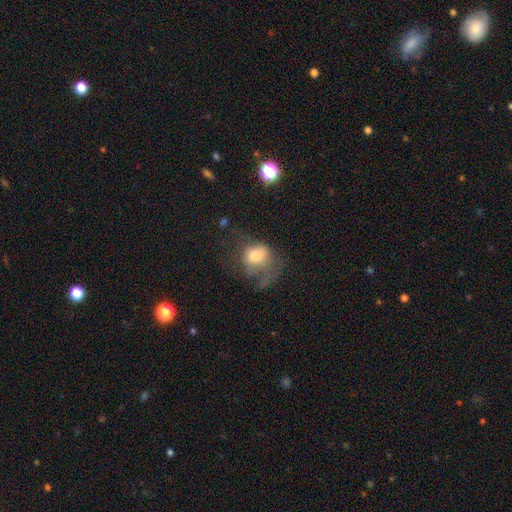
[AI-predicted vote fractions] A smooth galaxy with no disk features (65%) that is round (53%). Merging: major disturbance (47%).